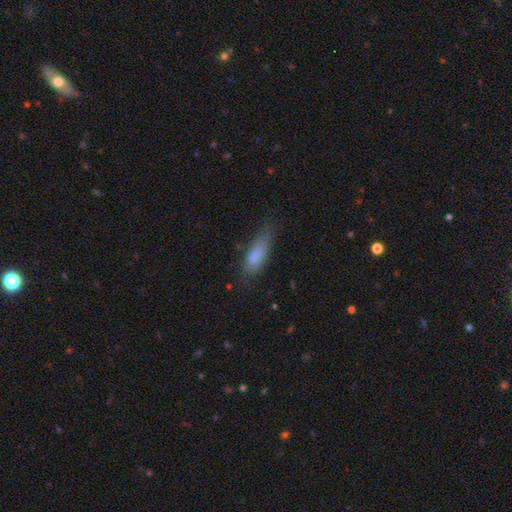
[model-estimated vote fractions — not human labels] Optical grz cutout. It shows a smooth galaxy with no disk features (81%) that is in between round and cigar-shaped (56%). Merging: none (64%).